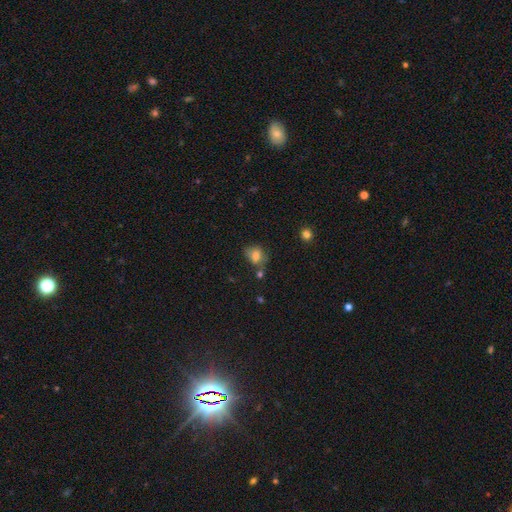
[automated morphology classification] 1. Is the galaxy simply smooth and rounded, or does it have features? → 77% smooth, 11% star or artifact, 11% featured or disk.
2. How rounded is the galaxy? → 52% round, 47% in between, 1% cigar-shaped.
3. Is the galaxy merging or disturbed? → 54% none, 25% minor disturbance, 13% merger, 9% major disturbance.